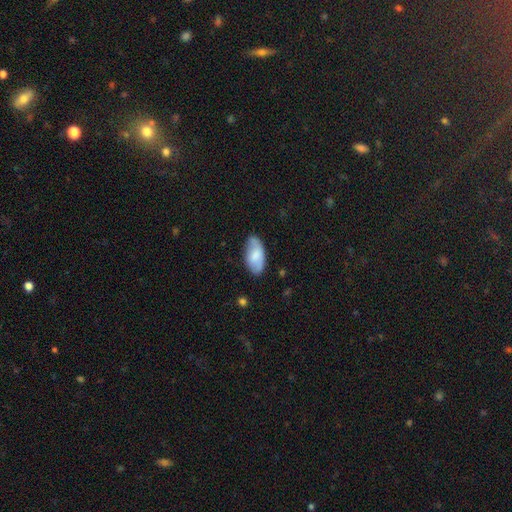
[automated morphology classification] Smooth or featured? Predicted: smooth (p=0.72). How rounded? Predicted: in between (p=0.94). Merging? Predicted: none (p=0.72).